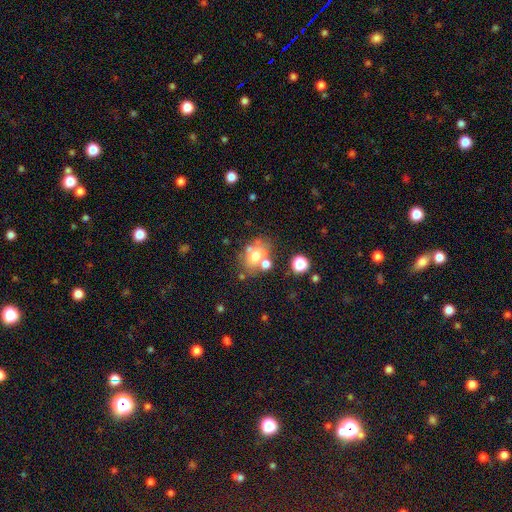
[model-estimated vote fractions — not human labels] Smooth or featured: smooth — 60% (featured or disk — 26%)
How rounded: in between — 60% (round — 39%)
Merging: none — 50% (merger — 26%)